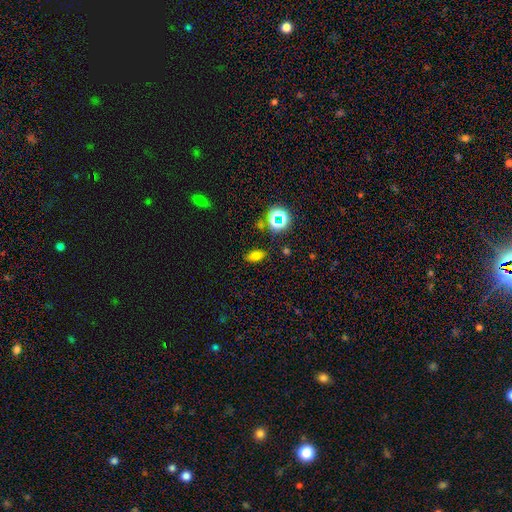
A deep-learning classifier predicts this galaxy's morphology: A smooth galaxy with no disk features (69%) that is in between round and cigar-shaped (83%).

Vote fractions:
- Smooth or featured? smooth: 69% / star or artifact: 21% / featured or disk: 10%
- How rounded? in between: 83% / round: 11% / cigar-shaped: 6%
- Merging? none: 85% / minor disturbance: 10% / major disturbance: 3% / merger: 2%